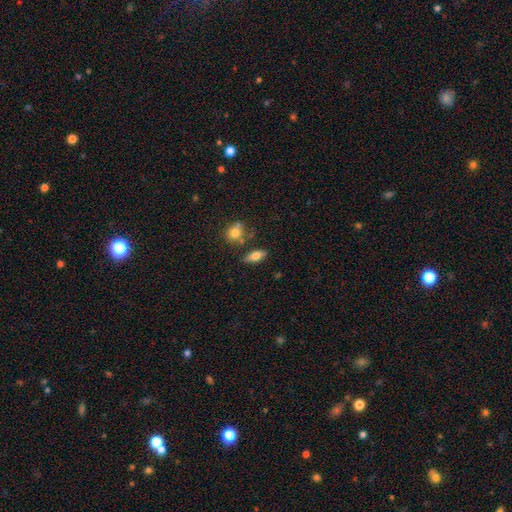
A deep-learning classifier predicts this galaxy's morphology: Smooth or featured?
  - smooth: 74% *
  - featured or disk: 18%
  - star or artifact: 8%
How rounded?
  - in between: 81% *
  - cigar-shaped: 15%
  - round: 4%
Merging?
  - none: 74% *
  - minor disturbance: 13%
  - merger: 9%
  - major disturbance: 4%